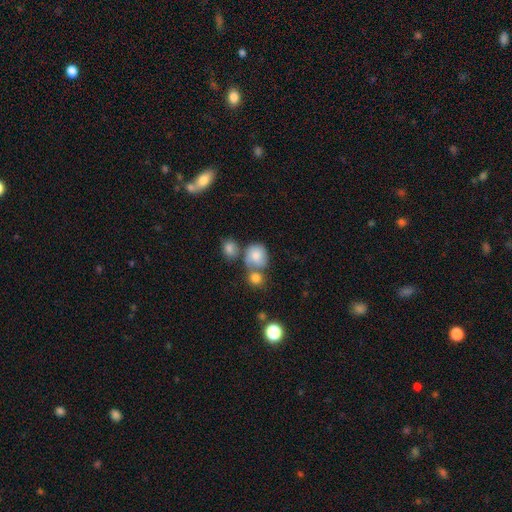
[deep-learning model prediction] Smooth or featured?
  - smooth: 62% *
  - featured or disk: 28%
  - star or artifact: 10%
How rounded?
  - round: 65% *
  - in between: 34%
  - cigar-shaped: 1%
Merging?
  - merger: 41% *
  - none: 33%
  - minor disturbance: 16%
  - major disturbance: 10%